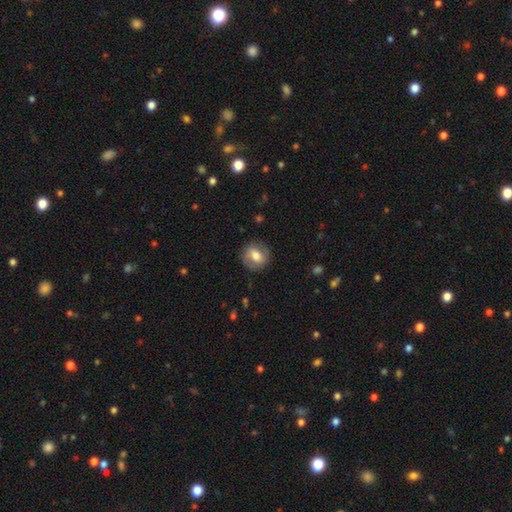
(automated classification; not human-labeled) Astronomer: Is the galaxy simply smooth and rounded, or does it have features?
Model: smooth — 59%.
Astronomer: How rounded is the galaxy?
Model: round — 70%.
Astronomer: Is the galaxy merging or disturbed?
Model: none — 81%.